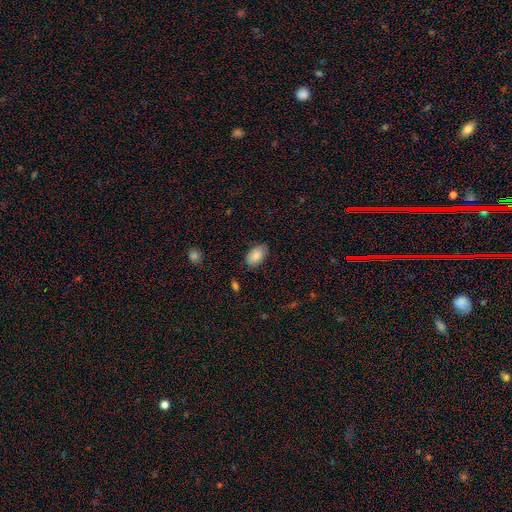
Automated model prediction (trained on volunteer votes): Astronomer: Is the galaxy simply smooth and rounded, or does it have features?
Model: smooth — 84%.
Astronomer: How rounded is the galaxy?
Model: in between — 93%.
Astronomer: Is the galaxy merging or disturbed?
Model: none — 79%.